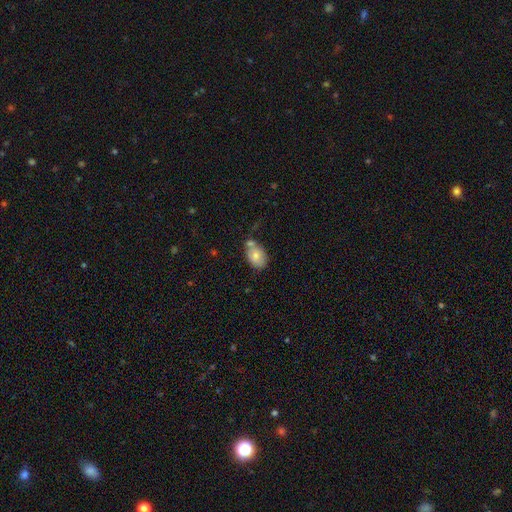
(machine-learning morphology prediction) A smooth galaxy with no disk features (75%) that is in between round and cigar-shaped (80%).

Vote fractions:
- Smooth or featured? smooth: 75% / featured or disk: 17% / star or artifact: 8%
- How rounded? in between: 80% / round: 19% / cigar-shaped: 1%
- Merging? none: 51% / merger: 25% / minor disturbance: 19% / major disturbance: 5%